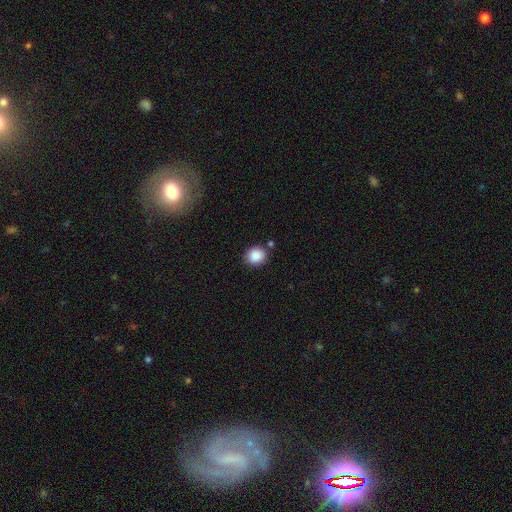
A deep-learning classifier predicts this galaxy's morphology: This appears to be a smooth galaxy with no disk features (88%) that is round (81%). Merging: none (79%).